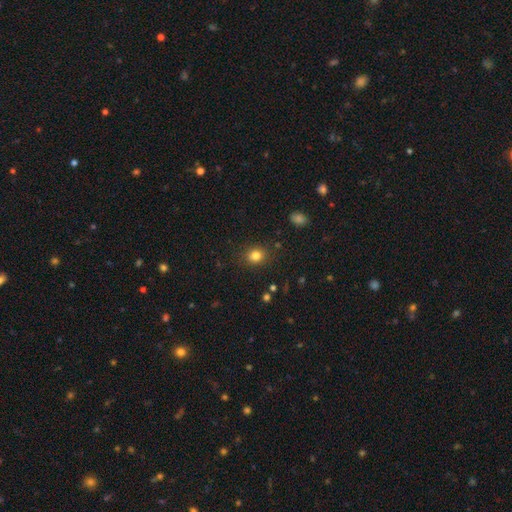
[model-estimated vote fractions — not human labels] smooth 82%, star or artifact 12%, featured or disk 6%. Down the decision tree: how rounded — round (59%); merging — none (85%).